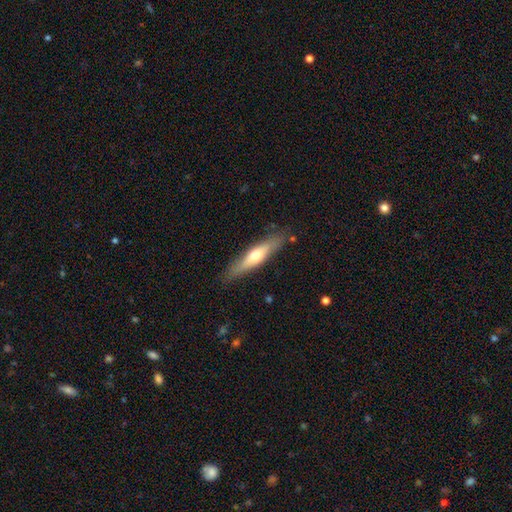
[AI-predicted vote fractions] Morphology: type=smooth (49%); merging=none (84%).